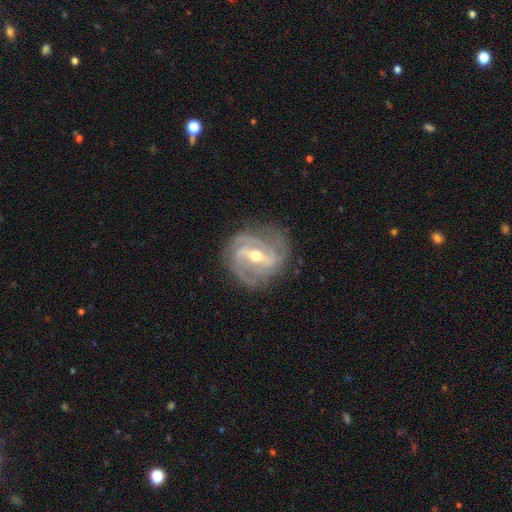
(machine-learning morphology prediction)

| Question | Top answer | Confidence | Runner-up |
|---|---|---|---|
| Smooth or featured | featured or disk | 89% | smooth (5%) |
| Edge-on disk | no | 96% | yes (4%) |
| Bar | strong | 56% | weak (34%) |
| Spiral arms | yes | 96% | no (4%) |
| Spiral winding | tight | 46% | medium (42%) |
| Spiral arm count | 2 | 35% | 3 (31%) |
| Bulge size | moderate | 63% | small (32%) |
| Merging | none | 77% | minor disturbance (16%) |